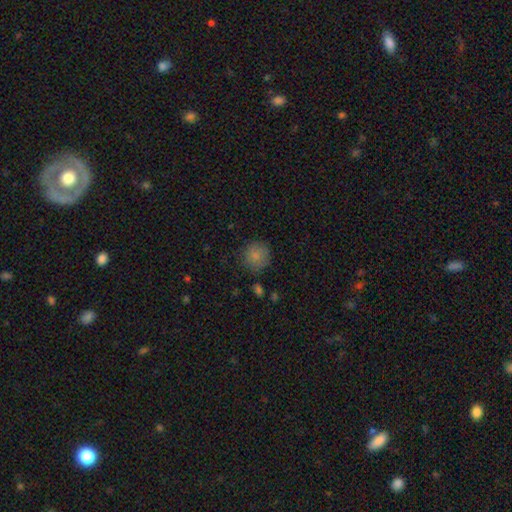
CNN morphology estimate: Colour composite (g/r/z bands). It shows a smooth galaxy with no disk features (83%) that is round (91%). Merging: none (79%).